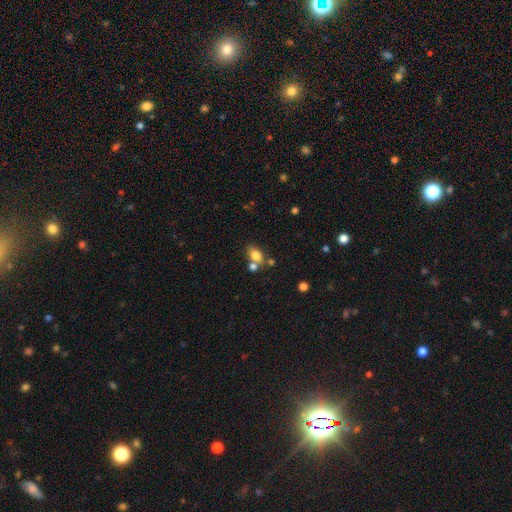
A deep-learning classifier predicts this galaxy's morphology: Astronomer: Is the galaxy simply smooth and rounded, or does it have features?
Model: smooth — 80%.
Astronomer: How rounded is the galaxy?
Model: in between — 82%.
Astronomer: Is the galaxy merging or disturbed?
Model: none — 53% (runner-up: merger, 29%).